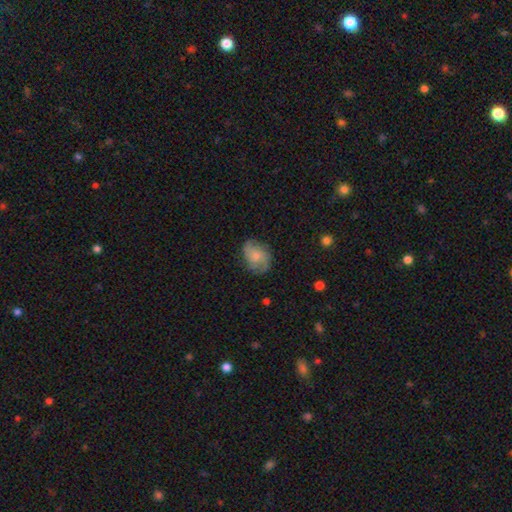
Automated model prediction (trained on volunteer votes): This is possibly a smooth galaxy (53%). How rounded: likely in between (66%). Merging: likely none (66%).